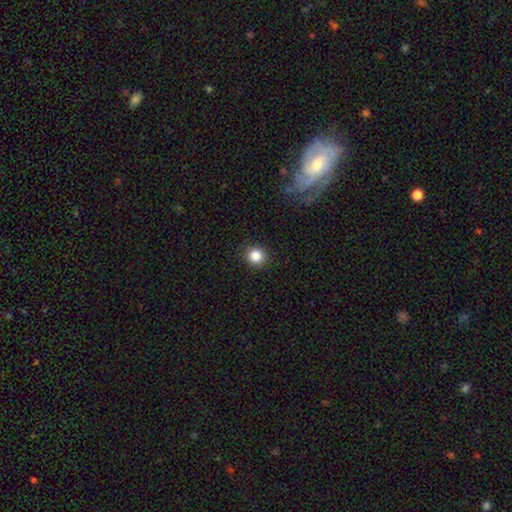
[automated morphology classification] Smooth or featured: smooth — 85% (star or artifact — 11%)
How rounded: round — 88% (in between — 11%)
Merging: none — 92% (minor disturbance — 5%)